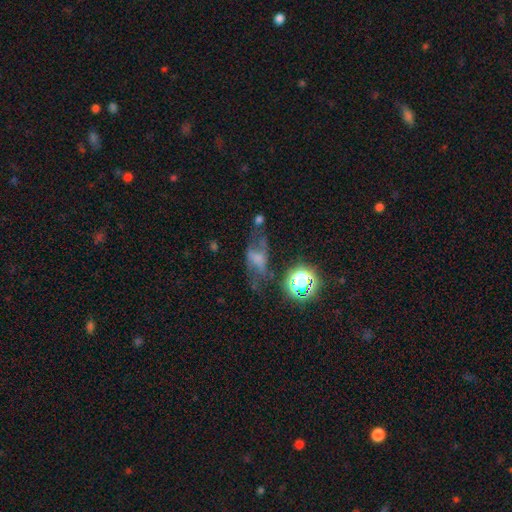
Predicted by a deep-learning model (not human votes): Smooth or featured: featured or disk — 44% (star or artifact — 31%)
Merging: none — 48% (major disturbance — 25%)